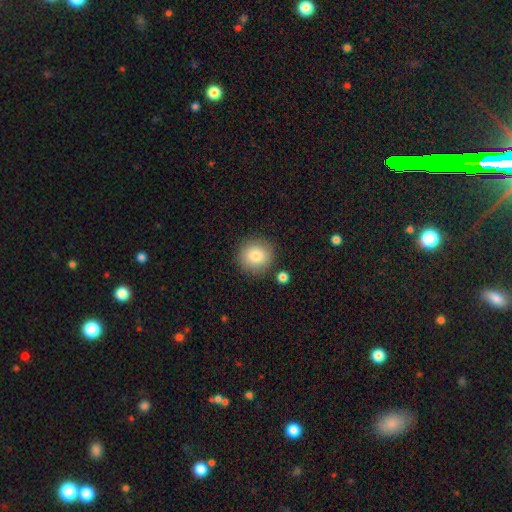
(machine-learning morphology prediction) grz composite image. It shows a smooth galaxy with no disk features (83%) that is round (92%). Merging: none (84%).